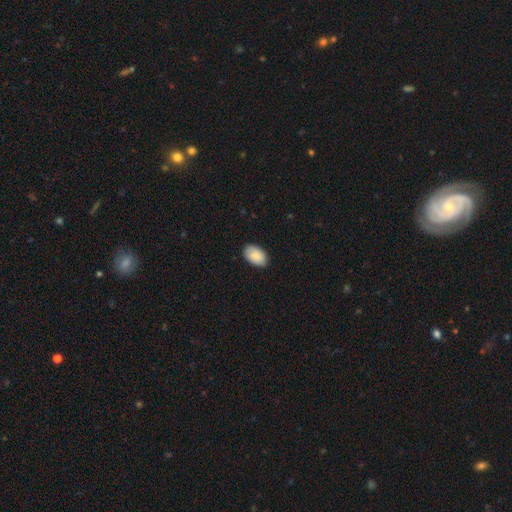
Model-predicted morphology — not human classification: smooth 89%, star or artifact 6%, featured or disk 5%. Down the decision tree: how rounded — in between (93%); merging — none (86%).